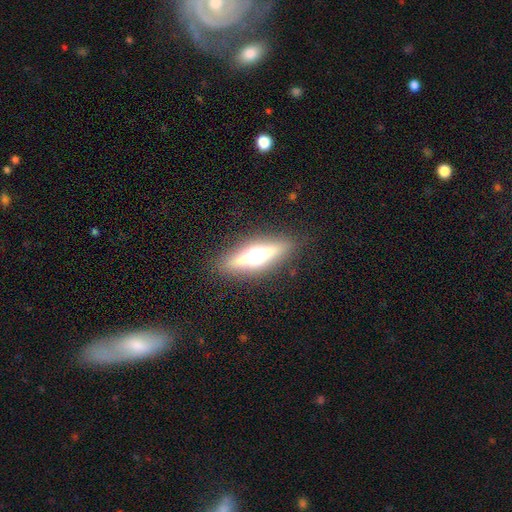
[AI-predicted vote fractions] Morphology: type=featured or disk (61%); edge-on=yes (93%); edge-on bulge=rounded (92%); merging=none (87%).